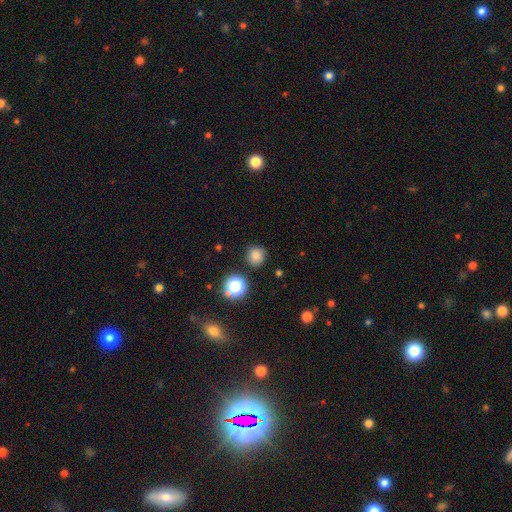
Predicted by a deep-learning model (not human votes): smooth 78%, star or artifact 16%, featured or disk 6%. Down the decision tree: how rounded — round (91%); merging — none (86%).